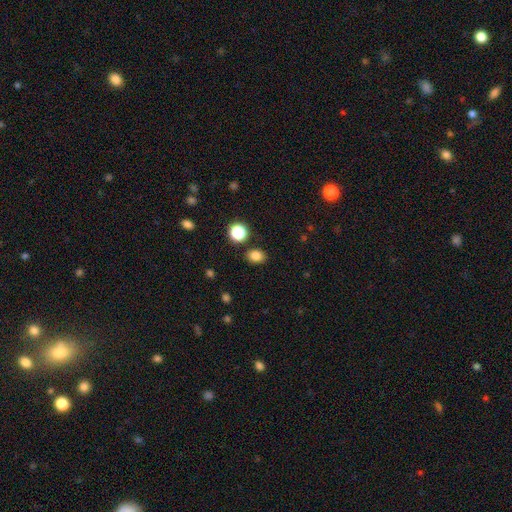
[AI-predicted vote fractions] The model was most divided on "how rounded": in between: 57%, round: 42%, cigar-shaped: 1%. More confident: merging — none (86%); smooth or featured — smooth (82%).